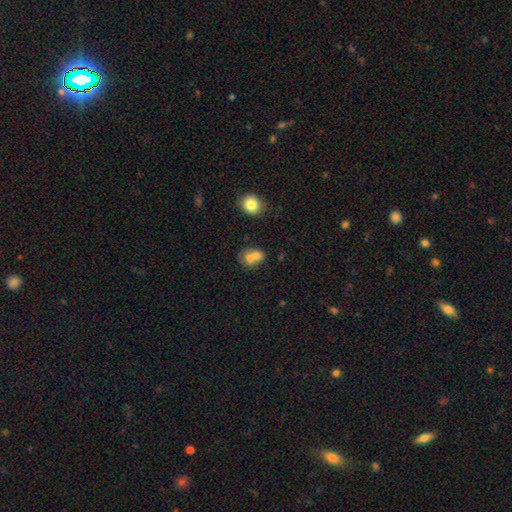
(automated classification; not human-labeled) Overall: smooth (70%). How rounded: in between (50%; round 49%). Merging: merger (61%; none 25%).